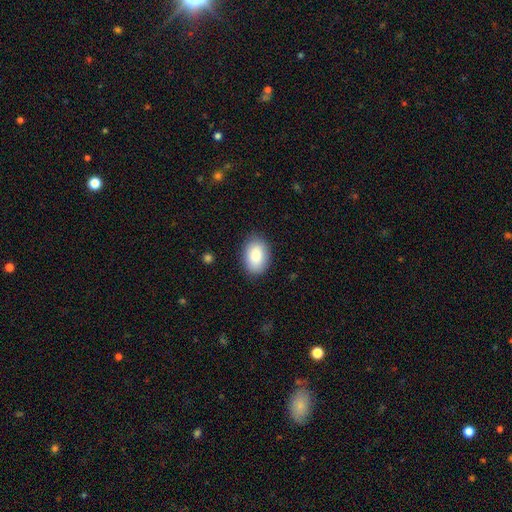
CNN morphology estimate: Smooth or featured?
  - smooth: 87% *
  - star or artifact: 6%
  - featured or disk: 6%
How rounded?
  - in between: 87% *
  - round: 12%
  - cigar-shaped: 1%
Merging?
  - none: 86% *
  - minor disturbance: 10%
  - major disturbance: 3%
  - merger: 1%